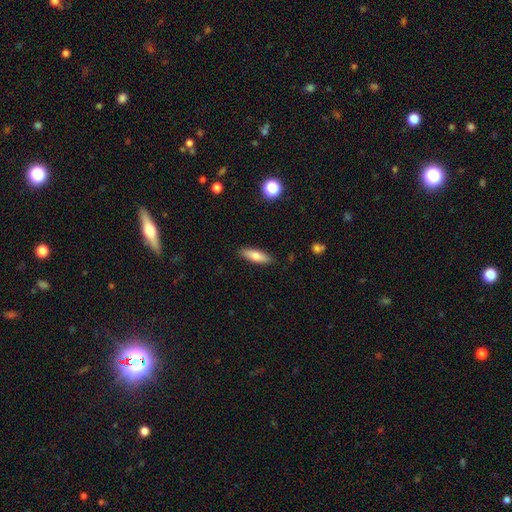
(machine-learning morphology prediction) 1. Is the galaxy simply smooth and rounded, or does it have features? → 74% smooth, 20% featured or disk, 7% star or artifact.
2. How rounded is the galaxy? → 49% cigar-shaped (tied), 49% in between (tied), 2% round.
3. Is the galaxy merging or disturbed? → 87% none, 9% minor disturbance, 2% major disturbance, 1% merger.